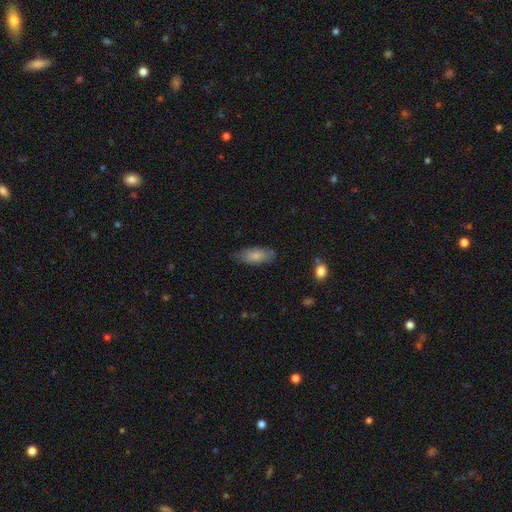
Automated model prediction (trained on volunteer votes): This appears to be a smooth galaxy with no disk features (81%) that is in between round and cigar-shaped (81%). Merging: none (76%).